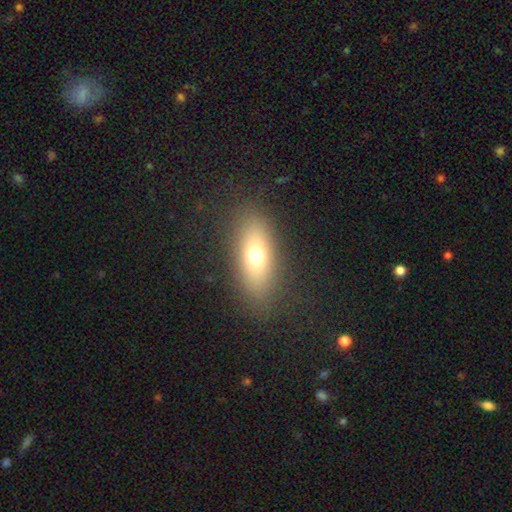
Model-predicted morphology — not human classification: This appears to be a smooth galaxy with no disk features (69%) that is in between round and cigar-shaped (70%). Merging: none (85%).